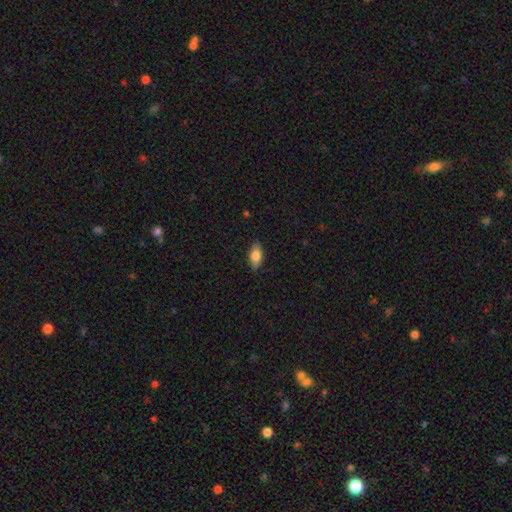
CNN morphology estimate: Smooth or featured?
  - smooth: 78% *
  - featured or disk: 15%
  - star or artifact: 7%
How rounded?
  - in between: 87% *
  - cigar-shaped: 10%
  - round: 3%
Merging?
  - none: 86% *
  - minor disturbance: 11%
  - major disturbance: 2%
  - merger: 1%